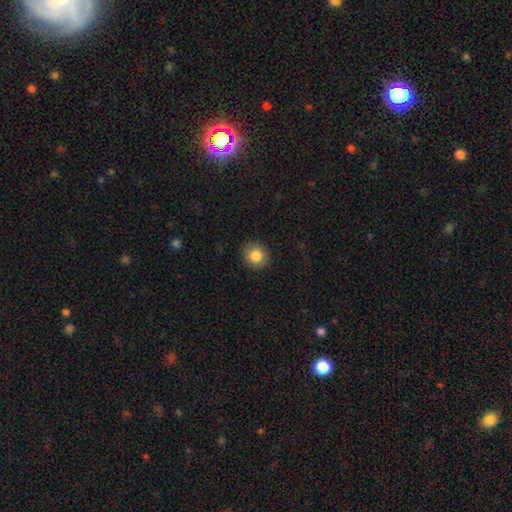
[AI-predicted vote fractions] Smooth or featured? smooth (85%)
How rounded? round (87%)
Merging? none (90%)